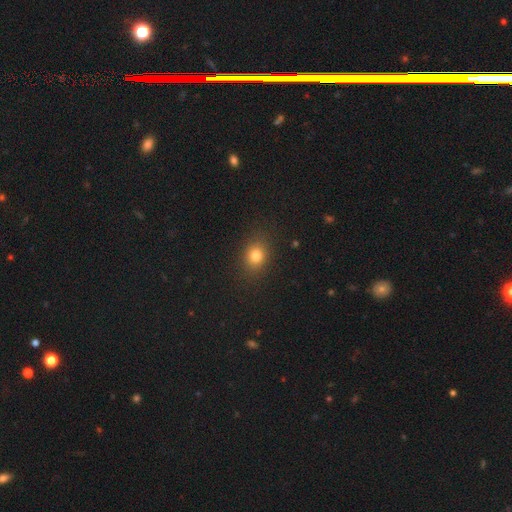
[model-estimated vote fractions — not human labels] A smooth galaxy with no disk features (79%) that is round (57%). Merging: none (87%).